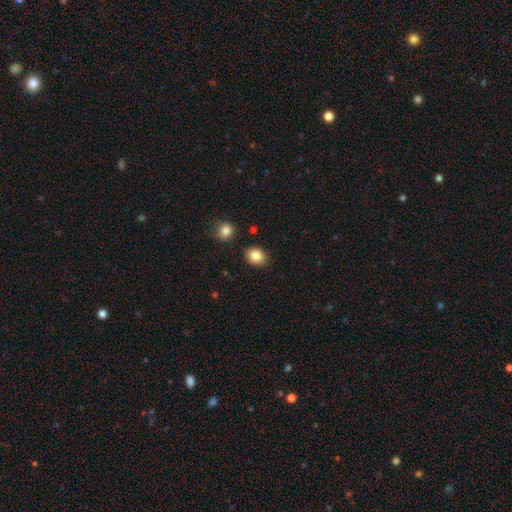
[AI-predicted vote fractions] smooth_or_featured: smooth (p=0.84) [alt: star or artifact p=0.09]
how_rounded: in between (p=0.57) [alt: round p=0.42]
merging: none (p=0.87) [alt: minor disturbance p=0.08]